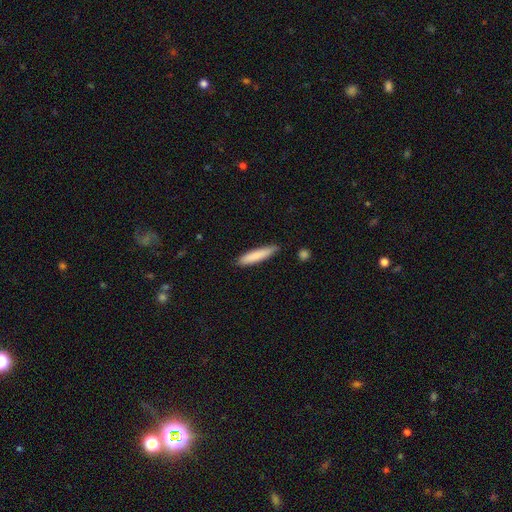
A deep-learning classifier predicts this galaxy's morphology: type=smooth (82%); roundness=cigar-shaped (87%); merging=none (85%).